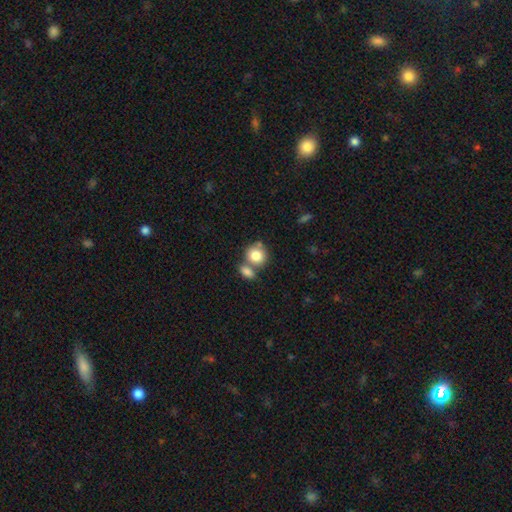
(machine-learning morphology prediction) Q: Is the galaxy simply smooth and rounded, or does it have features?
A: smooth — 82%.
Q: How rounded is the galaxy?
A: round — 75%.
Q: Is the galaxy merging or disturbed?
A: merger — 45%.